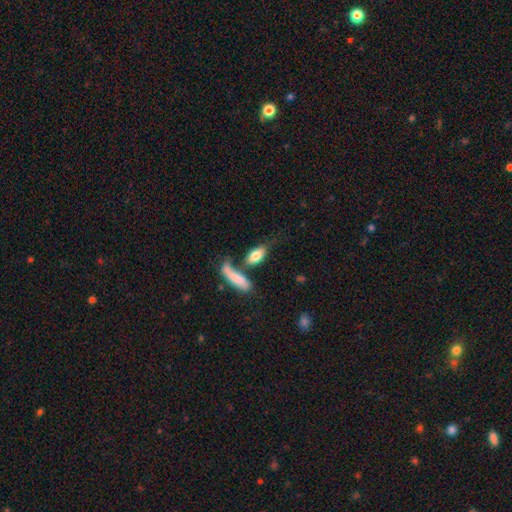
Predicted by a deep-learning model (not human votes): Smooth or featured? Predicted: smooth (p=0.78). How rounded? Predicted: in between (p=0.82). Merging? Predicted: none (p=0.47).